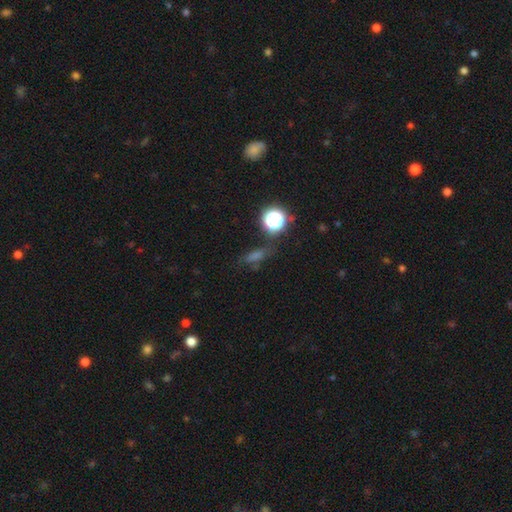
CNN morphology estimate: Overall: star or artifact (44%; smooth 39%).